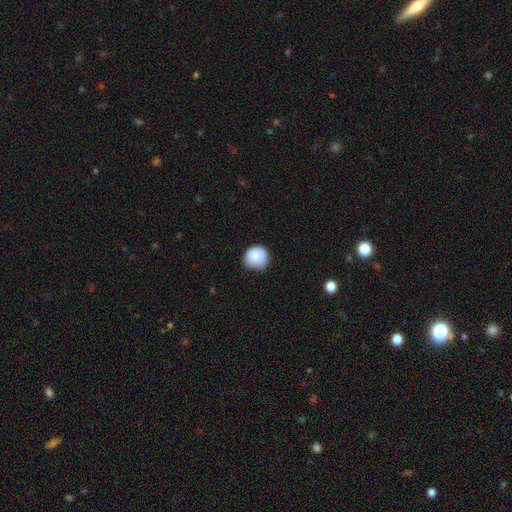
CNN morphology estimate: Overall: smooth (86%). How rounded: round (89%). Merging: none (69%).